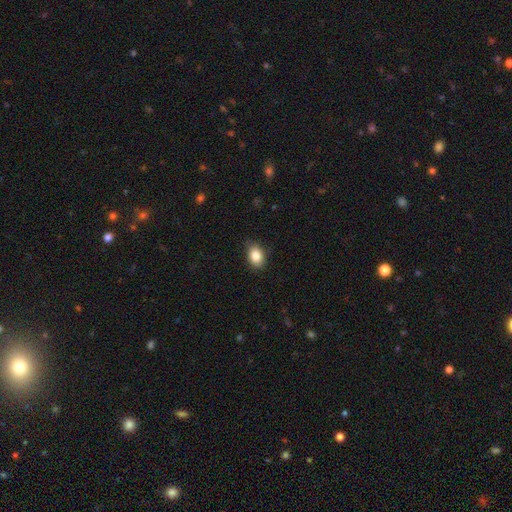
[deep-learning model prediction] A smooth galaxy with no disk features (86%) that is in between round and cigar-shaped (80%).

Vote fractions:
- Smooth or featured? smooth: 86% / star or artifact: 8% / featured or disk: 6%
- How rounded? in between: 80% / round: 19% / cigar-shaped: 1%
- Merging? none: 83% / minor disturbance: 13% / major disturbance: 2% / merger: 1%